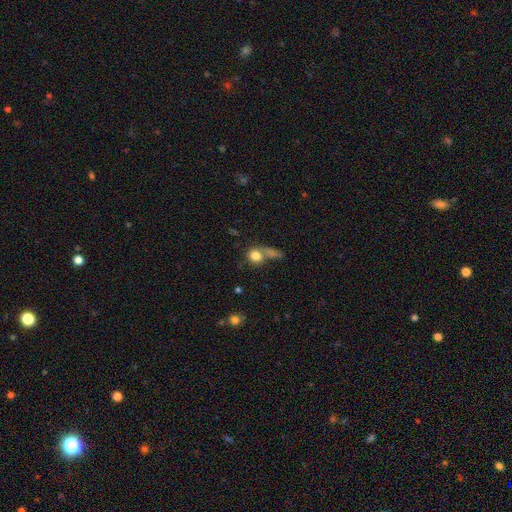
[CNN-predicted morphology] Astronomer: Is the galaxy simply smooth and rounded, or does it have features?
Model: smooth — 78%.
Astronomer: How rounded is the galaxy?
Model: round — 70%.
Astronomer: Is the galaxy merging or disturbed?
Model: none — 39% (runner-up: merger, 34%).